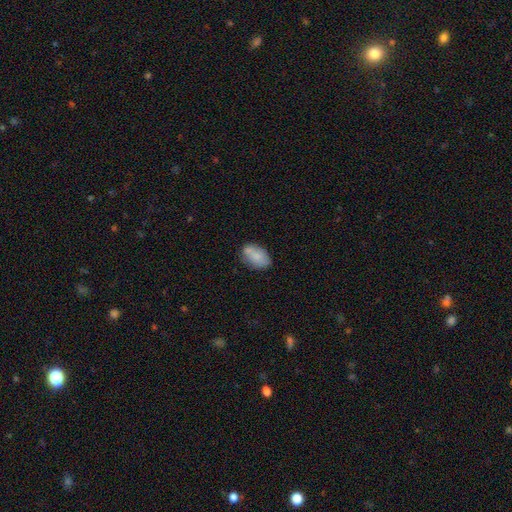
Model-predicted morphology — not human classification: Smooth or featured? smooth (75%)
How rounded? in between (89%)
Merging? none (58%)